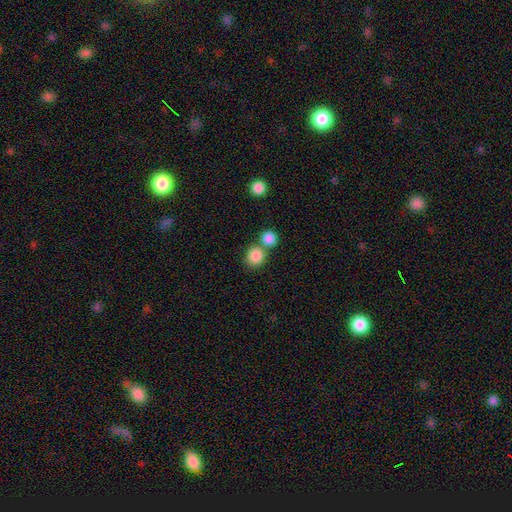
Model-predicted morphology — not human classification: Smooth or featured? Predicted: smooth (p=0.85). How rounded? Predicted: round (p=0.85). Merging? Predicted: none (p=0.56).